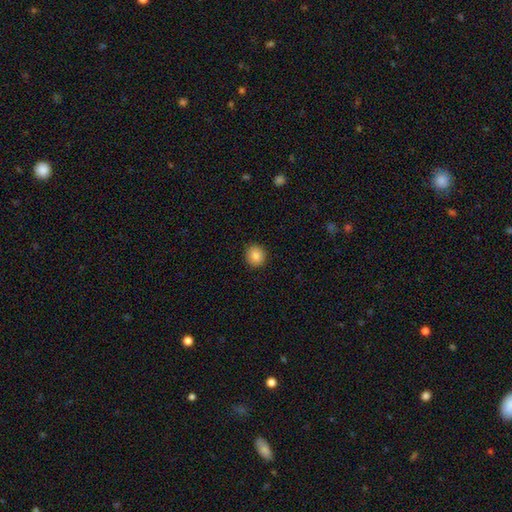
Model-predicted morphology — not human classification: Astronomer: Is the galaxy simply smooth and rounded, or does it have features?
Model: smooth — 87%.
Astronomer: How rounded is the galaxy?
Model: round — 85%.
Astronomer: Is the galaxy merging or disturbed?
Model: none — 90%.